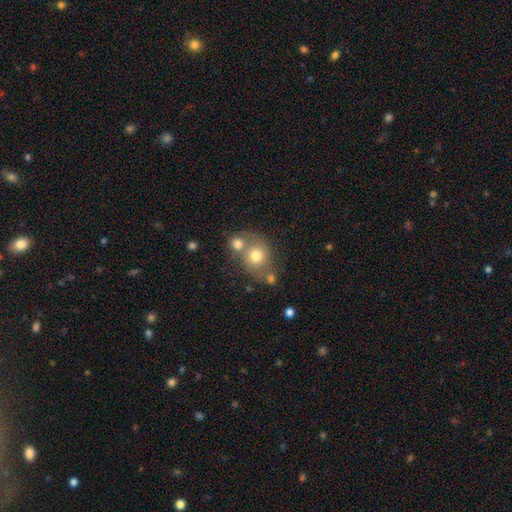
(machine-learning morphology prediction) Smooth or featured?
  - smooth: 71% *
  - featured or disk: 17%
  - star or artifact: 11%
How rounded?
  - round: 74% *
  - in between: 25%
  - cigar-shaped: 1%
Merging?
  - none: 47% *
  - merger: 38%
  - minor disturbance: 11%
  - major disturbance: 5%